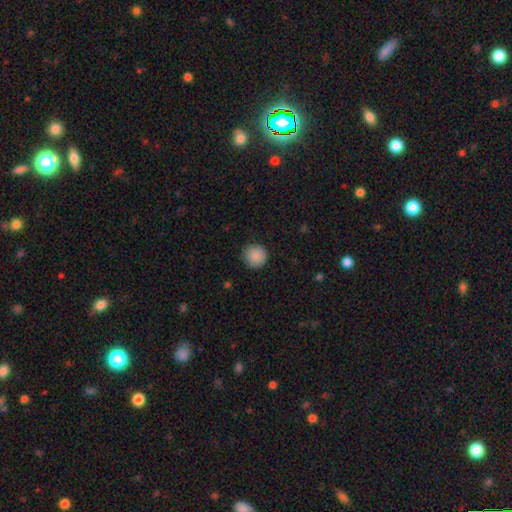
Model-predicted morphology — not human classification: This is clearly a smooth galaxy (88%). How rounded: clearly round (94%). Merging: clearly none (89%).